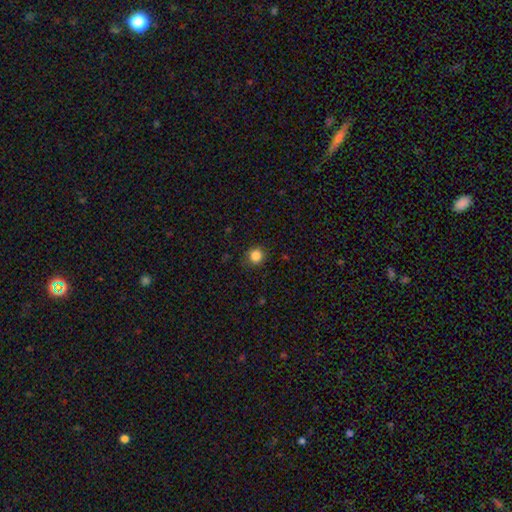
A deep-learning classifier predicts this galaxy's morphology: smooth_or_featured: smooth (p=0.85) [alt: star or artifact p=0.11]
how_rounded: round (p=0.90) [alt: in between p=0.09]
merging: none (p=0.86) [alt: minor disturbance p=0.10]